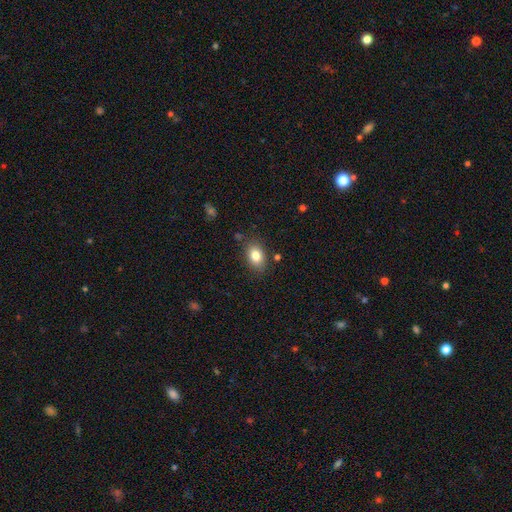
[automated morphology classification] Smooth or featured? Predicted: smooth (p=0.81). How rounded? Predicted: in between (p=0.81). Merging? Predicted: none (p=0.81).